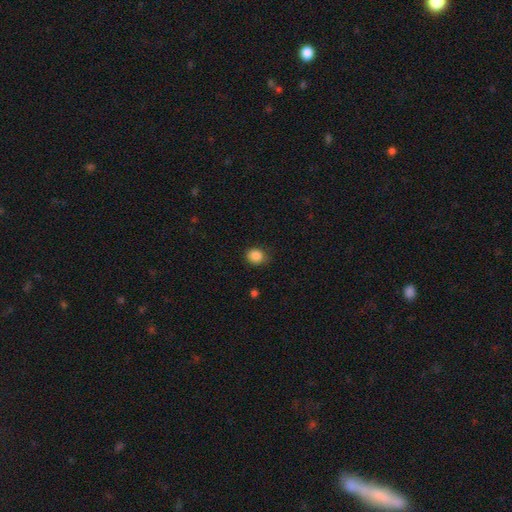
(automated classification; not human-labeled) This is clearly a smooth galaxy (87%). How rounded: likely round (69%). Merging: likely none (76%).